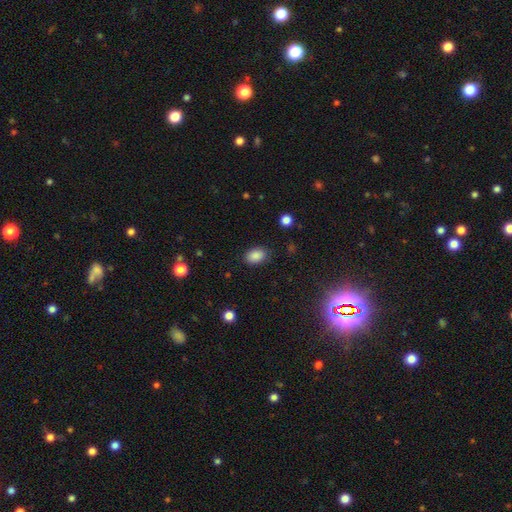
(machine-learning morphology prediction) A smooth galaxy with no disk features (88%) that is in between round and cigar-shaped (82%).

Vote fractions:
- Smooth or featured? smooth: 88% / star or artifact: 9% / featured or disk: 4%
- How rounded? in between: 82% / round: 17% / cigar-shaped: 1%
- Merging? none: 86% / minor disturbance: 10% / major disturbance: 3% / merger: 1%